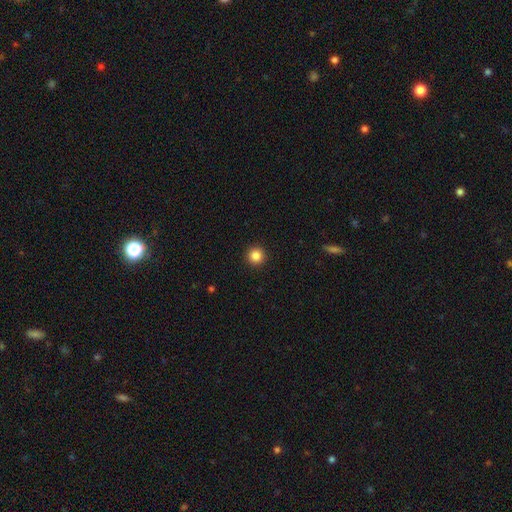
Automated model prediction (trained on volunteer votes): Morphology: type=smooth (86%); roundness=round (96%); merging=none (93%).